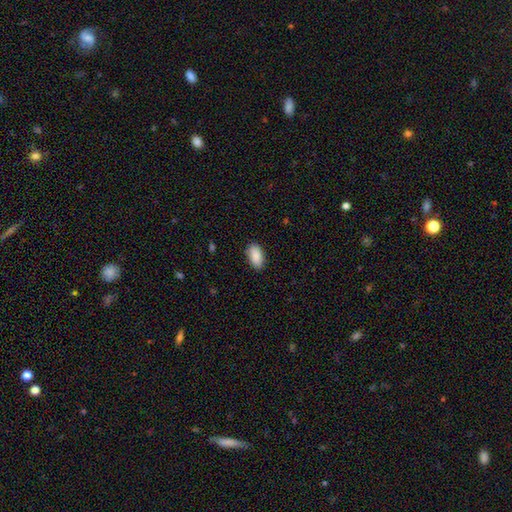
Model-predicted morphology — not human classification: Q: Smooth or featured?
A: smooth (90%); runner-up: star or artifact (6%)
Q: How rounded?
A: in between (94%); runner-up: cigar-shaped (4%)
Q: Merging?
A: none (86%); runner-up: minor disturbance (11%)